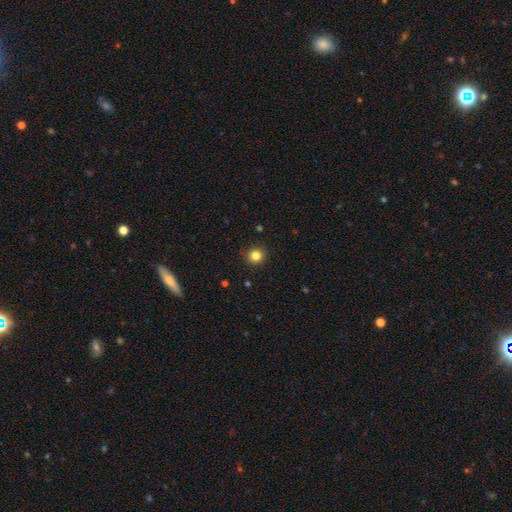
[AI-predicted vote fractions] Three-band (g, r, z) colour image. It shows a smooth galaxy with no disk features (83%) that is round (93%). Merging: none (90%).